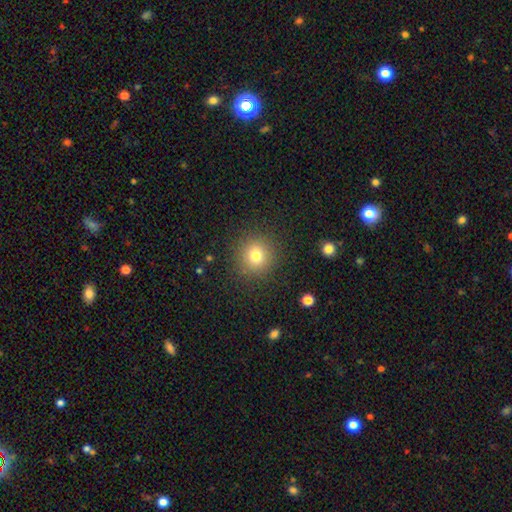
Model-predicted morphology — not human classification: Smooth or featured?
  - smooth: 77% *
  - star or artifact: 15%
  - featured or disk: 9%
How rounded?
  - round: 92% *
  - in between: 7%
  - cigar-shaped: 1%
Merging?
  - none: 89% *
  - minor disturbance: 7%
  - major disturbance: 3%
  - merger: 1%